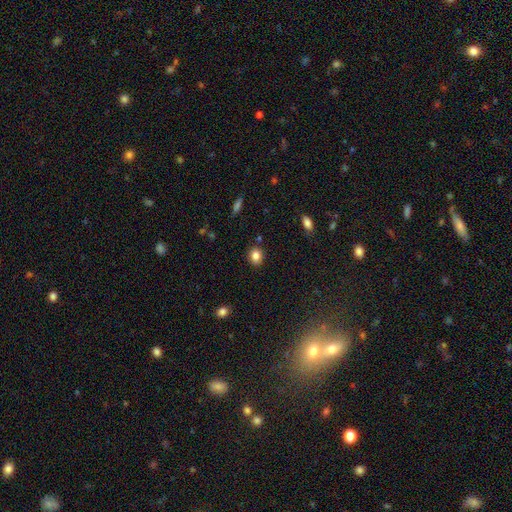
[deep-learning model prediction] smooth-or-featured: smooth: 83% | star or artifact: 11% | featured or disk: 7%
  how-rounded: round: 60% | in between: 39% | cigar-shaped: 1%
  merging: none: 87% | minor disturbance: 9% | merger: 2% | major disturbance: 2%